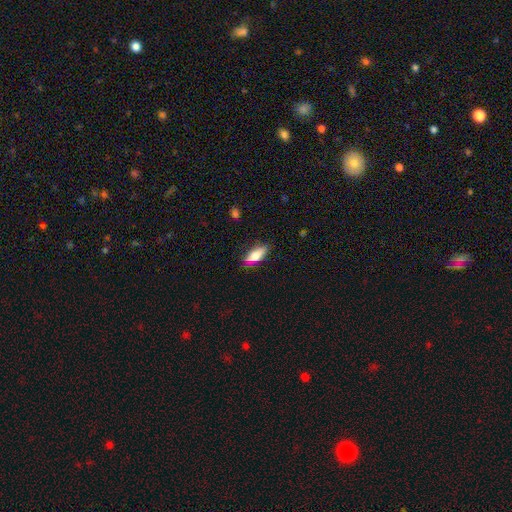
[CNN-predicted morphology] This appears to be a smooth galaxy with no disk features (72%) that is in between round and cigar-shaped (71%). Merging: none (77%).